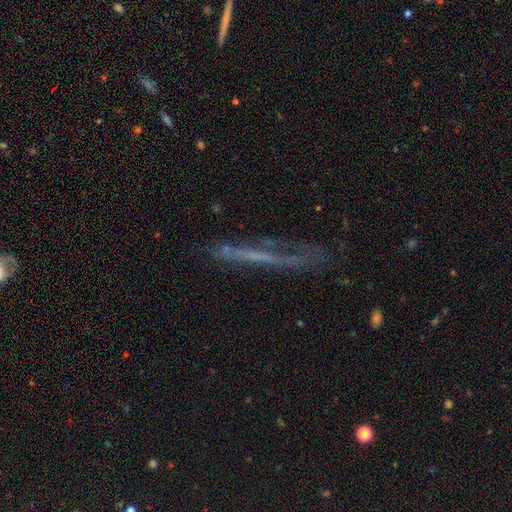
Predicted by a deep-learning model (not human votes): smooth-or-featured: featured or disk: 54% | smooth: 34% | star or artifact: 12%
  disk-edge-on: yes: 73% | no: 27%
  merging: none: 52% | minor disturbance: 23% | major disturbance: 21% | merger: 5%